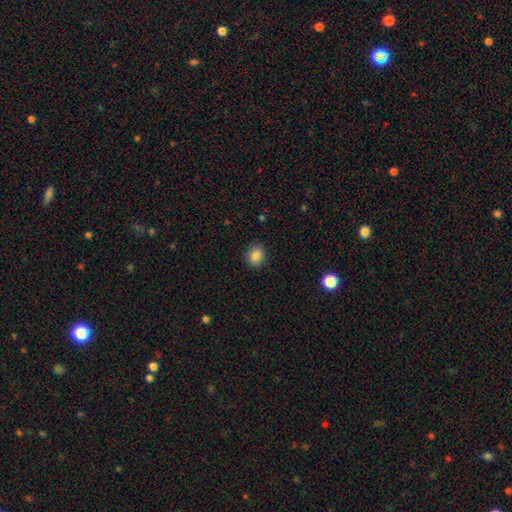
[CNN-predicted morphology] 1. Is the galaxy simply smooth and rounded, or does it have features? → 86% smooth, 10% star or artifact, 4% featured or disk.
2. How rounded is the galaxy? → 67% round, 32% in between, 1% cigar-shaped.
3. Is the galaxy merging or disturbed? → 88% none, 9% minor disturbance, 2% major disturbance, 1% merger.